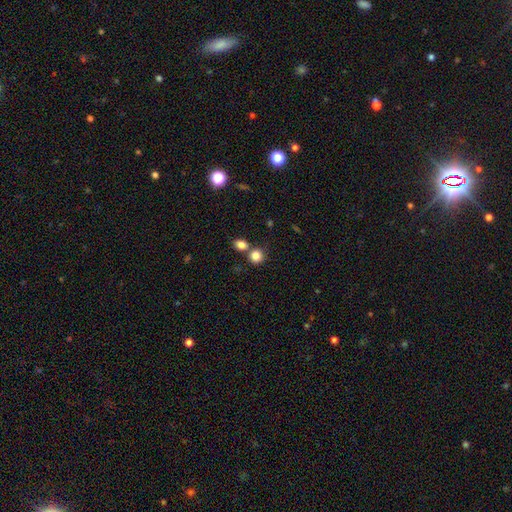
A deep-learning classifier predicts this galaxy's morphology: The model was most divided on "merging": none: 60%, merger: 28%, minor disturbance: 9%, major disturbance: 3%. More confident: smooth or featured — smooth (84%); how rounded — round (82%).